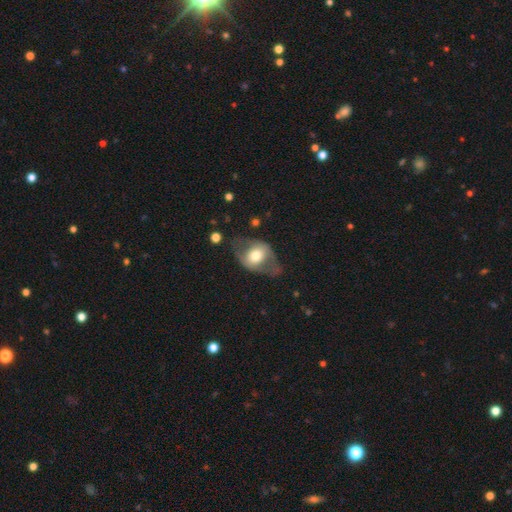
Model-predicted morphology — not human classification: type=featured or disk (48%); merging=none (51%).